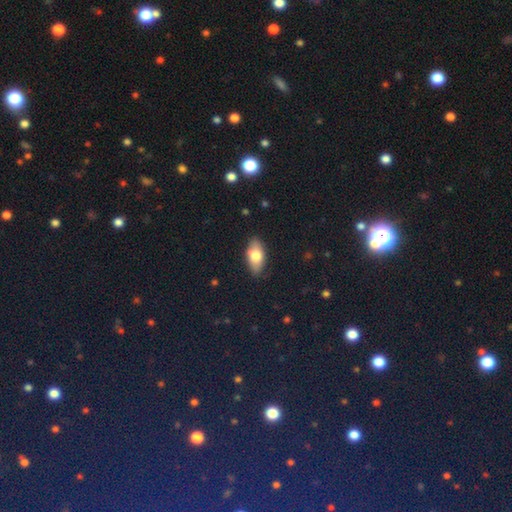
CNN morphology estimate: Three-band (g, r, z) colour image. It shows a smooth galaxy with no disk features (74%) that is in between round and cigar-shaped (90%). Merging: none (84%).